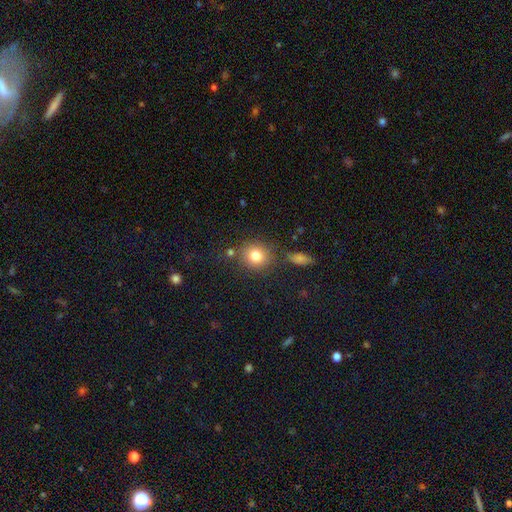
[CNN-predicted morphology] smooth 82%, star or artifact 10%, featured or disk 8%. Down the decision tree: how rounded — round (79%); merging — none (76%).